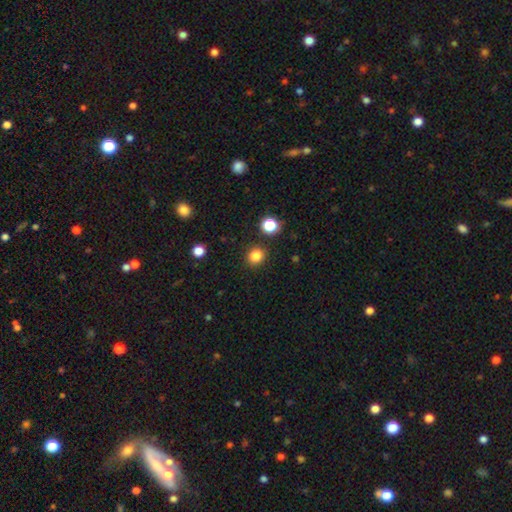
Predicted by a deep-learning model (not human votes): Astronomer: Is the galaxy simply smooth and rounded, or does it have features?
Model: smooth — 83%.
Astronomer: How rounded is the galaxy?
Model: round — 84%.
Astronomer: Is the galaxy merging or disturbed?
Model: none — 90%.